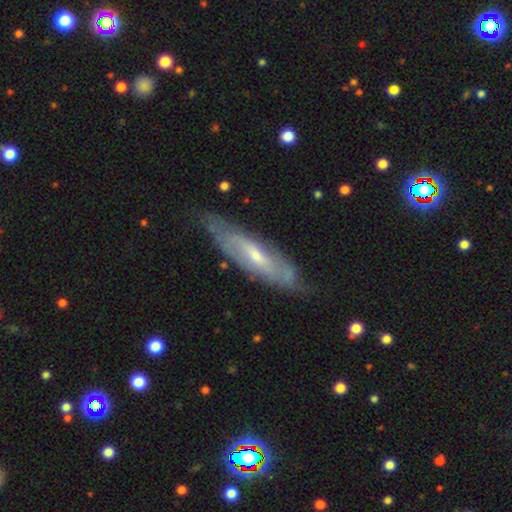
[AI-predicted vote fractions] Overall: featured or disk (70%). Edge-on disk: no (61%; yes 39%). Merging: none (77%).